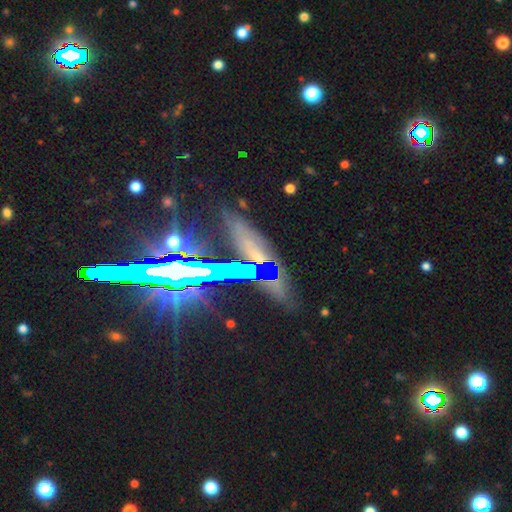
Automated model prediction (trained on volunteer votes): smooth-or-featured: star or artifact: 52% | featured or disk: 34% | smooth: 14%